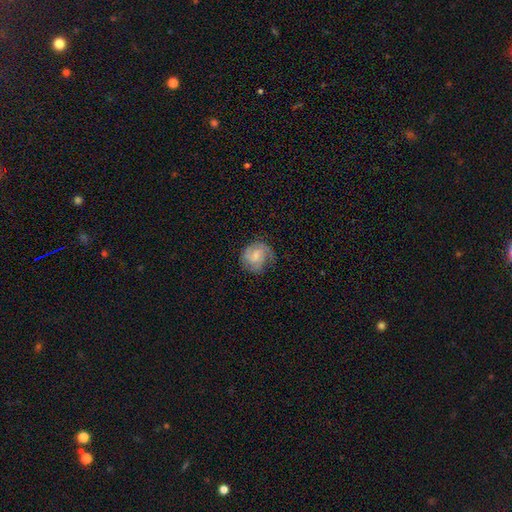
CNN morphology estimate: Smooth or featured?
  - featured or disk: 59% *
  - smooth: 34%
  - star or artifact: 7%
Edge-on disk?
  - no: 98% *
  - yes: 2%
Bar?
  - no: 50% *
  - weak: 43%
  - strong: 7%
Spiral arms?
  - yes: 90% *
  - no: 10%
Spiral winding?
  - medium: 44% *
  - tight: 38%
  - loose: 18%
Spiral arm count?
  - 2: 42% *
  - can't tell: 22%
  - 3: 20%
  - 1: 10%
  - 4: 3%
  - more than 4: 3%
Bulge size?
  - small: 45% *
  - moderate: 31%
  - none: 19%
  - large: 4%
  - dominant: 1%
Merging?
  - none: 62% *
  - minor disturbance: 24%
  - major disturbance: 12%
  - merger: 1%